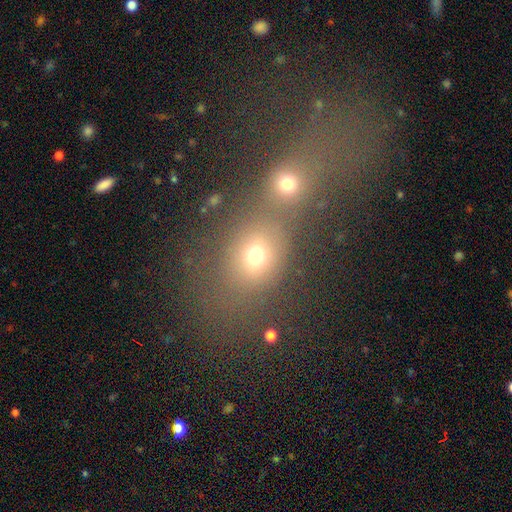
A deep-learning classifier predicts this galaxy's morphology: Smooth or featured? Predicted: smooth (p=0.69). How rounded? Predicted: round (p=0.51). Merging? Predicted: merger (p=0.53).